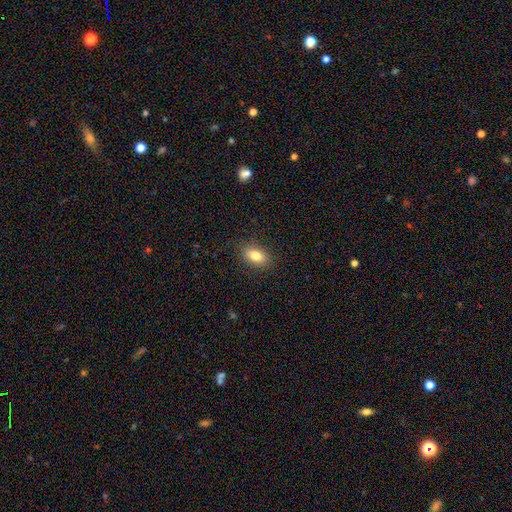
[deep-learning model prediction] Smooth or featured? Predicted: smooth (p=0.82). How rounded? Predicted: in between (p=0.87). Merging? Predicted: none (p=0.87).